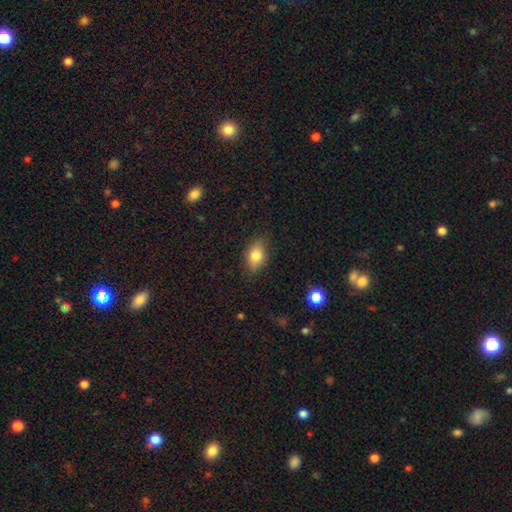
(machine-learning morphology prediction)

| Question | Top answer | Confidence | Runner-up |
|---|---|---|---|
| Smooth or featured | smooth | 81% | featured or disk (11%) |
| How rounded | in between | 84% | round (13%) |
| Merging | none | 82% | minor disturbance (14%) |